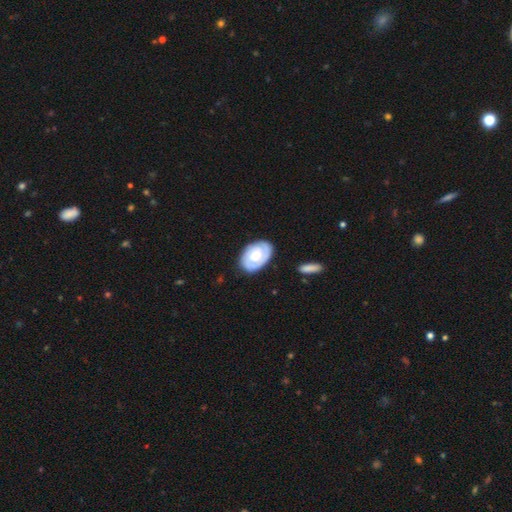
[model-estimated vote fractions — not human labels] Overall: featured or disk (58%; smooth 37%). Edge-on disk: no (95%). Bar: no (72%). Spiral arms: yes (73%). Bulge size: moderate (64%). Merging: none (79%).